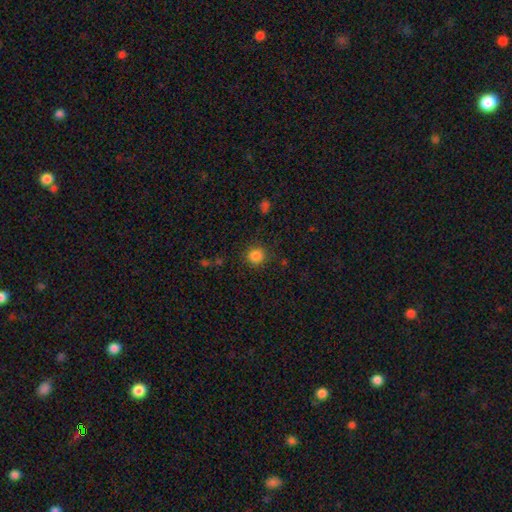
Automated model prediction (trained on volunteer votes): This appears to be a smooth galaxy with no disk features (84%) that is round (90%). Merging: none (87%).